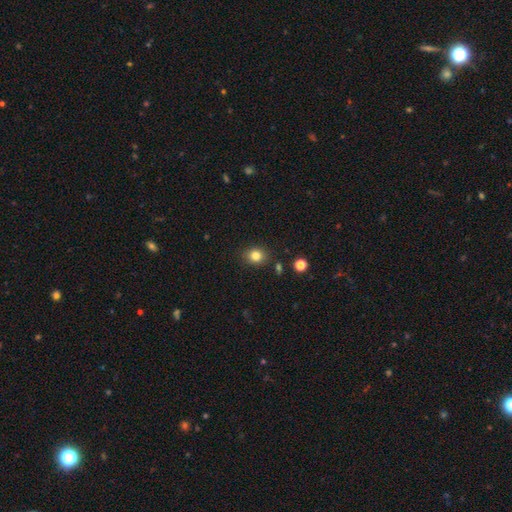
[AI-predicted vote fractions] smooth_or_featured: smooth (p=0.82) [alt: star or artifact p=0.12]
how_rounded: round (p=0.67) [alt: in between p=0.32]
merging: none (p=0.84) [alt: minor disturbance p=0.10]